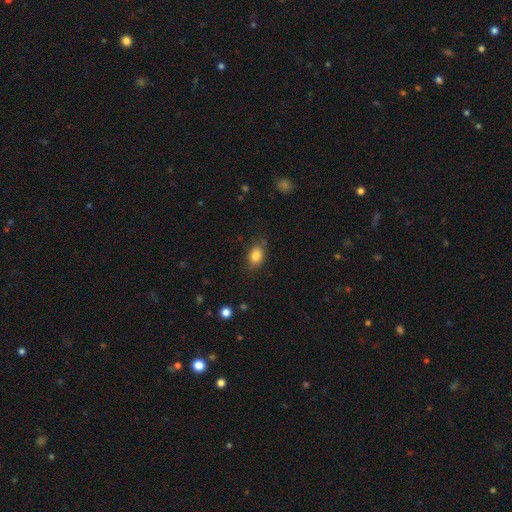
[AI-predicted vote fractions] A smooth galaxy with no disk features (85%) that is in between round and cigar-shaped (80%). Merging: none (77%).